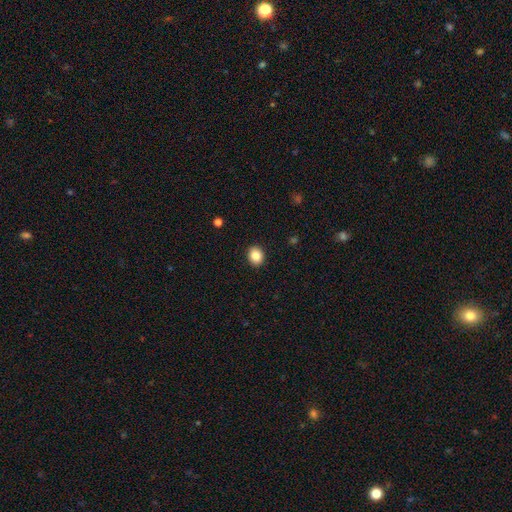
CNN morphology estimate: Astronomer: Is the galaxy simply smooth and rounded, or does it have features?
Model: smooth — 85%.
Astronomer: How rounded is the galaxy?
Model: round — 64%.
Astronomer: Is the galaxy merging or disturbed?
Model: none — 91%.